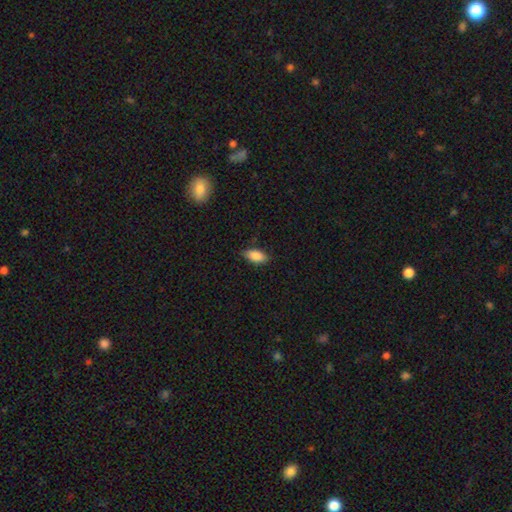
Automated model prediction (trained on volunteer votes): A smooth galaxy with no disk features (86%) that is in between round and cigar-shaped (90%). Merging: none (79%).